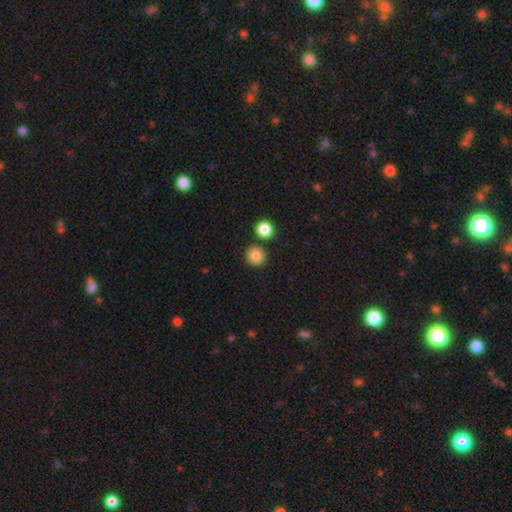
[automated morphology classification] Q: Smooth or featured?
A: smooth (85%); runner-up: star or artifact (10%)
Q: How rounded?
A: round (90%); runner-up: in between (9%)
Q: Merging?
A: none (83%); runner-up: merger (8%)